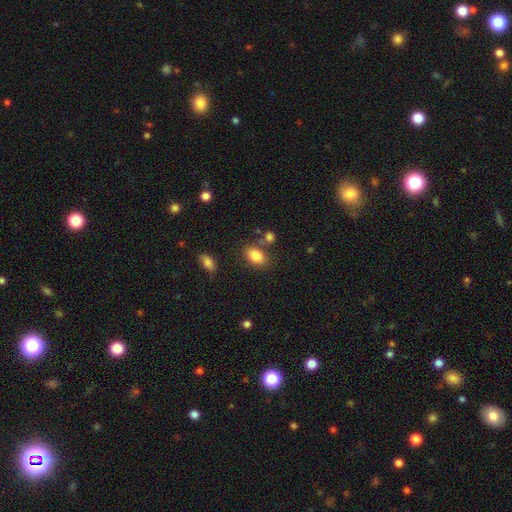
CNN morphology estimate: A smooth galaxy with no disk features (84%) that is in between round and cigar-shaped (86%).

Vote fractions:
- Smooth or featured? smooth: 84% / star or artifact: 9% / featured or disk: 7%
- How rounded? in between: 86% / round: 12% / cigar-shaped: 2%
- Merging? none: 73% / minor disturbance: 13% / merger: 10% / major disturbance: 4%